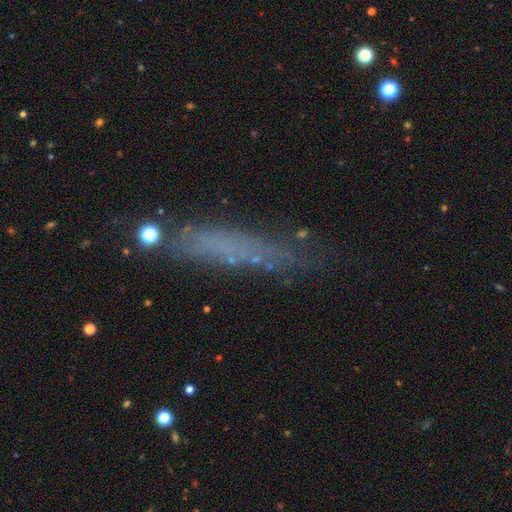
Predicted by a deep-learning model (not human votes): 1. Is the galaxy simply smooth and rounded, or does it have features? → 50% smooth, 32% featured or disk, 17% star or artifact.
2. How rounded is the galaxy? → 86% cigar-shaped, 12% in between, 3% round.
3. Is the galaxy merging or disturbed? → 66% none, 20% minor disturbance, 9% major disturbance, 4% merger.